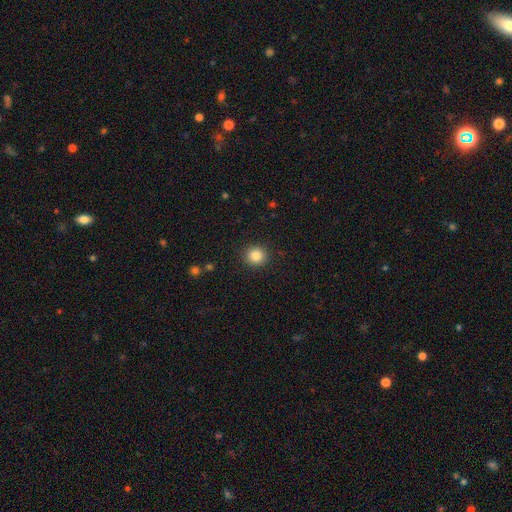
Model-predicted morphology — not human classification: smooth-or-featured: smooth: 84% | star or artifact: 10% | featured or disk: 5%
  how-rounded: round: 90% | in between: 9% | cigar-shaped: 1%
  merging: none: 91% | minor disturbance: 6% | major disturbance: 2% | merger: 1%